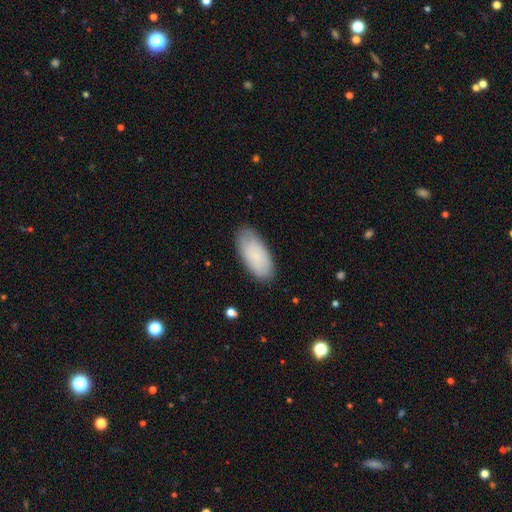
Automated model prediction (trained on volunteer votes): Smooth or featured?
  - smooth: 82% *
  - featured or disk: 12%
  - star or artifact: 6%
How rounded?
  - in between: 91% *
  - cigar-shaped: 8%
  - round: 2%
Merging?
  - none: 82% *
  - minor disturbance: 14%
  - major disturbance: 3%
  - merger: 1%